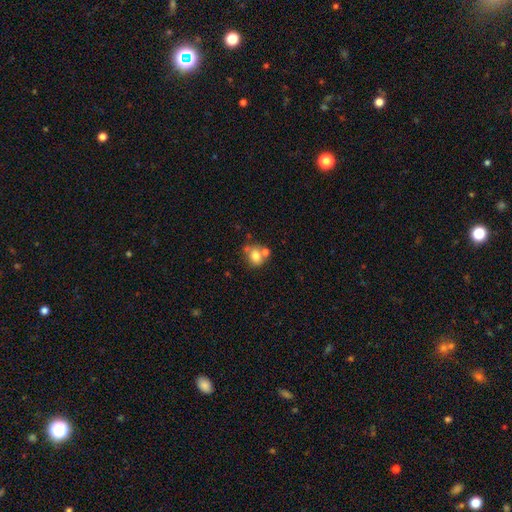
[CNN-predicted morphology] type=smooth (73%); roundness=round (53%); merging=none (43%).